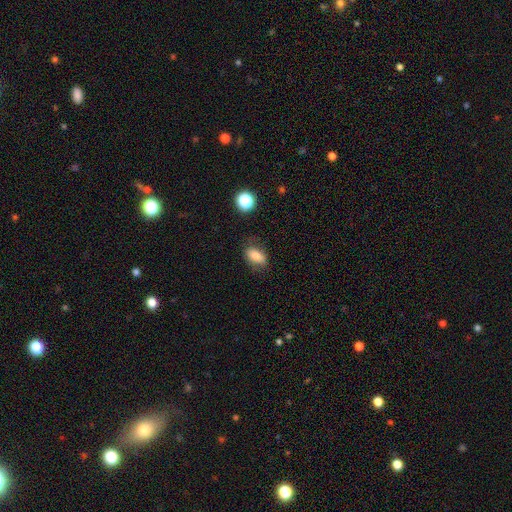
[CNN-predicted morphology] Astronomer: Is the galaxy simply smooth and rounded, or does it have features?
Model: smooth — 78%.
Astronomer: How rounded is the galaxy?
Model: in between — 86%.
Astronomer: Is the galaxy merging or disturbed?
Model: none — 77%.